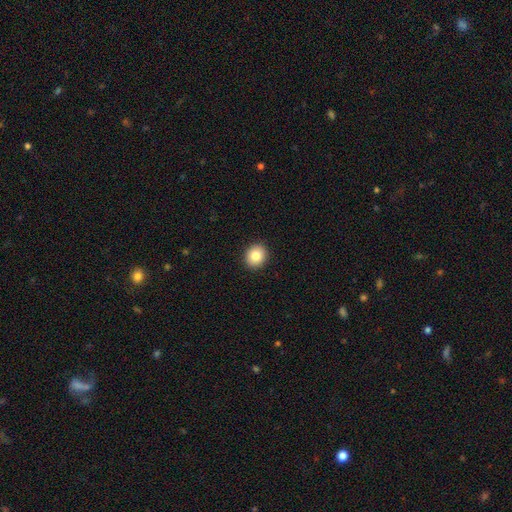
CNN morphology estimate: Smooth or featured?
  - smooth: 84% *
  - star or artifact: 9%
  - featured or disk: 7%
How rounded?
  - round: 77% *
  - in between: 22%
  - cigar-shaped: 1%
Merging?
  - none: 92% *
  - minor disturbance: 5%
  - major disturbance: 2%
  - merger: 1%